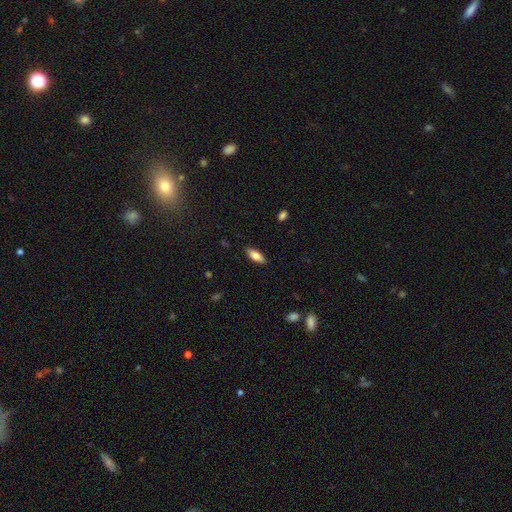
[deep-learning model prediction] Smooth or featured? Predicted: smooth (p=0.75). How rounded? Predicted: in between (p=0.69). Merging? Predicted: none (p=0.87).